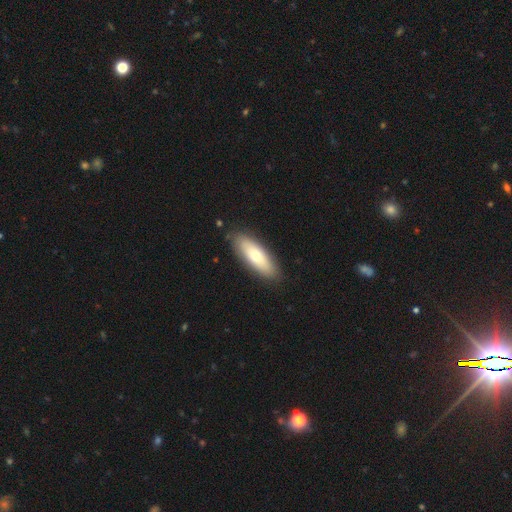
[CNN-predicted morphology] Smooth or featured: smooth — 65% (featured or disk — 29%)
How rounded: in between — 65% (cigar-shaped — 33%)
Merging: none — 87% (minor disturbance — 9%)